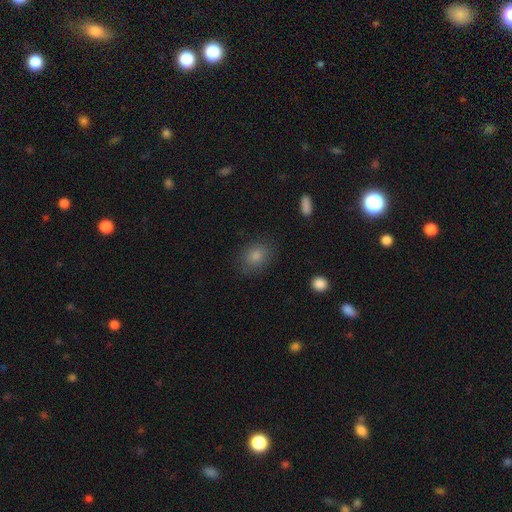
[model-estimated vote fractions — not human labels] Smooth or featured: smooth — 78% (star or artifact — 13%)
How rounded: in between — 53% (round — 46%)
Merging: none — 83% (minor disturbance — 12%)